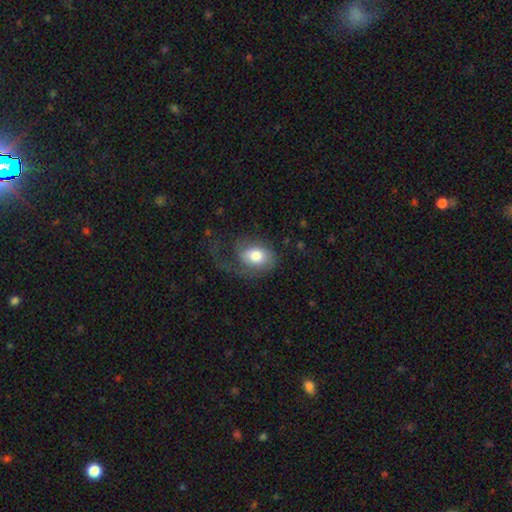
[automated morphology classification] Smooth or featured? smooth (65%)
How rounded? in between (72%)
Merging? major disturbance (45%)